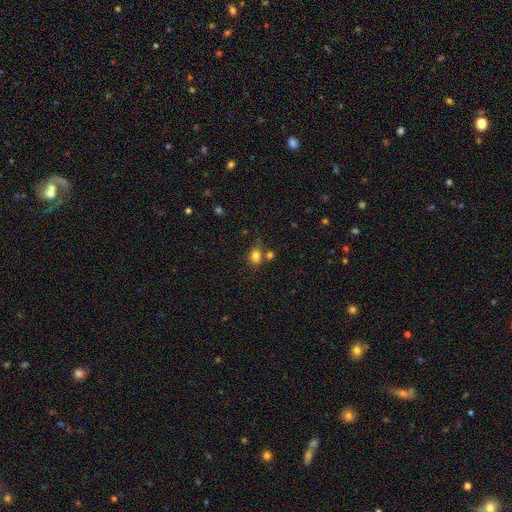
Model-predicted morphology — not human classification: Smooth or featured: smooth — 80% (star or artifact — 12%)
How rounded: in between — 50% (round — 48%)
Merging: none — 57% (merger — 23%)